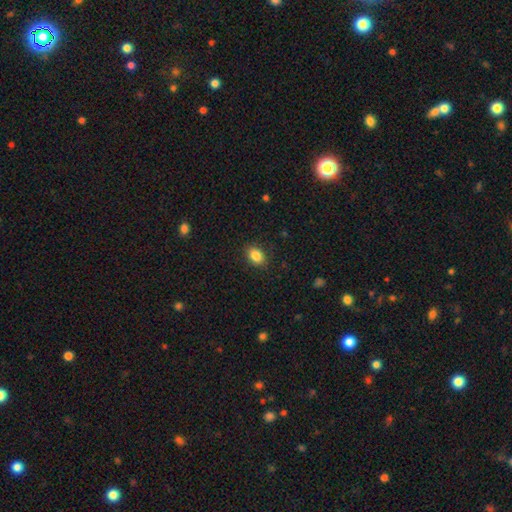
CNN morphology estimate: Overall: smooth (86%). How rounded: in between (75%). Merging: none (88%).